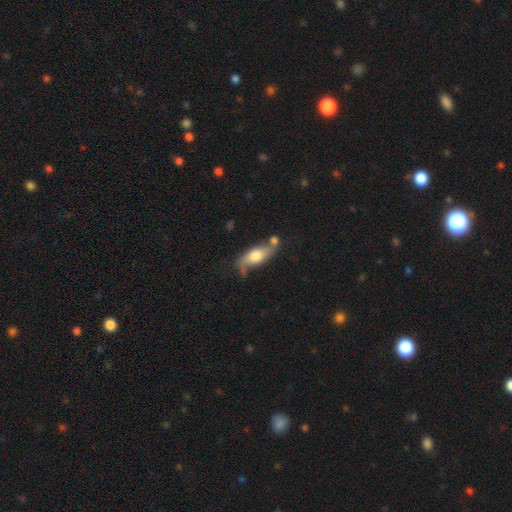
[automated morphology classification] The model was most divided on "smooth or featured": smooth: 53%, featured or disk: 41%, star or artifact: 6%. More confident: how rounded — in between (70%); merging — none (54%).